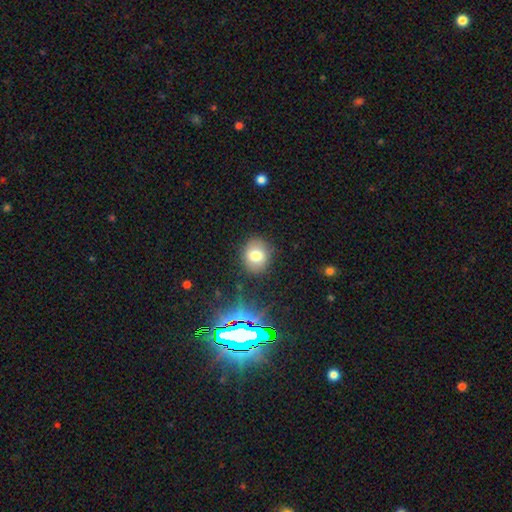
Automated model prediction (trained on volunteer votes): A smooth galaxy with no disk features (72%) that is round (73%). Merging: none (85%).